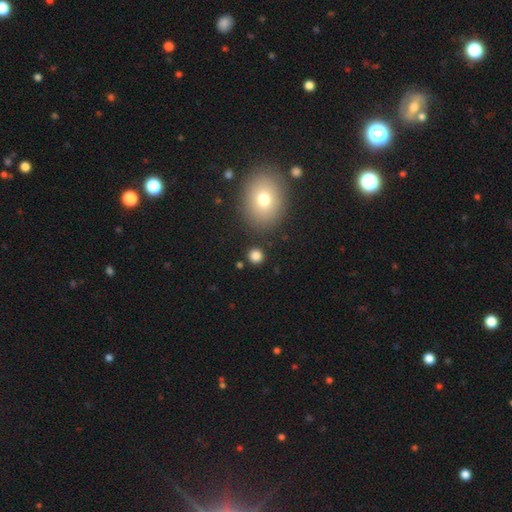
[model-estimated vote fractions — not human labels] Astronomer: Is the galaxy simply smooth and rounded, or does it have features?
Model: smooth — 82%.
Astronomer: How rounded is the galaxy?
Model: round — 90%.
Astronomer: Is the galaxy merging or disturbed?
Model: none — 87%.